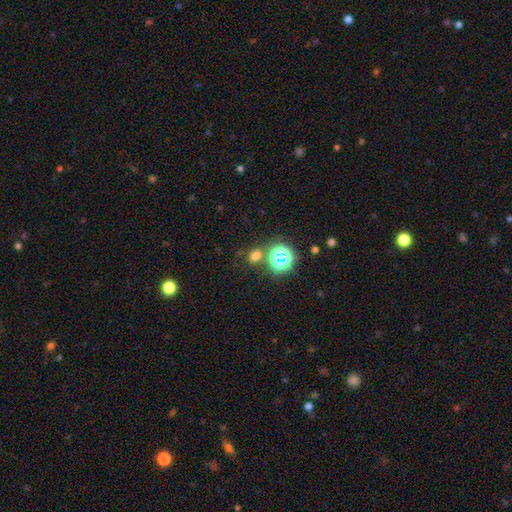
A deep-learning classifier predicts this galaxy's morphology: A smooth galaxy with no disk features (60%) that is round (69%). Merging: none (70%).